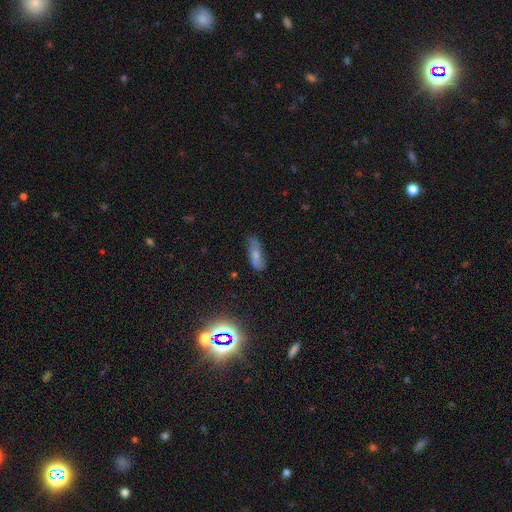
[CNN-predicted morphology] Smooth or featured: smooth — 67% (featured or disk — 22%)
How rounded: in between — 63% (cigar-shaped — 34%)
Merging: none — 67% (minor disturbance — 24%)